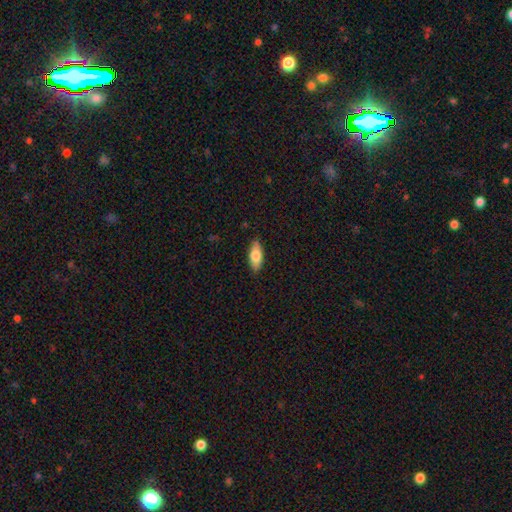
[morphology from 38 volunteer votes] Overall: smooth (82%). How rounded: in between (84%). Merging: none (80%).